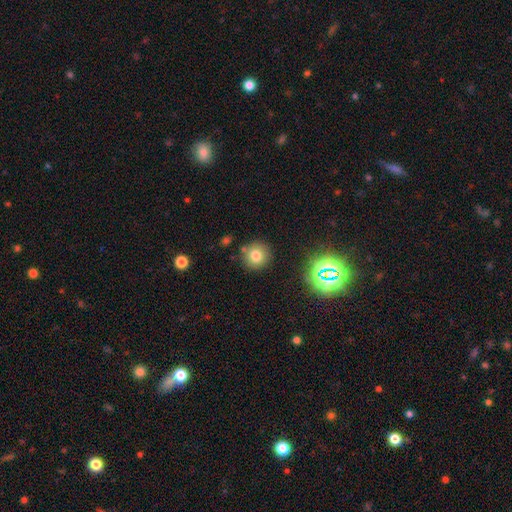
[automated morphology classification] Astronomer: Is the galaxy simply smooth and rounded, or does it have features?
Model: smooth — 75%.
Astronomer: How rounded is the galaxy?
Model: round — 92%.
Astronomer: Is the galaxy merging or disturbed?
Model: none — 84%.